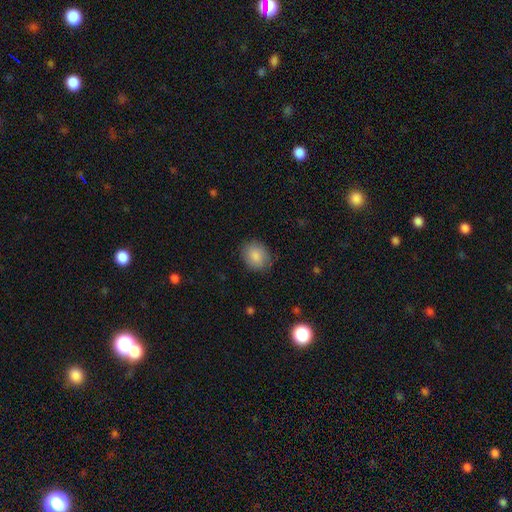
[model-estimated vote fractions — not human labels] Smooth or featured: smooth — 85% (featured or disk — 8%)
How rounded: round — 53% (in between — 46%)
Merging: none — 82% (minor disturbance — 14%)